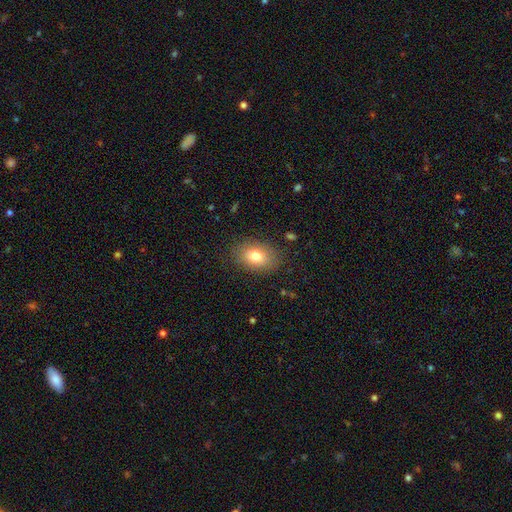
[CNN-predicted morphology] The model was most divided on "how rounded": in between: 80%, round: 19%, cigar-shaped: 1%. More confident: merging — none (84%); smooth or featured — smooth (78%).